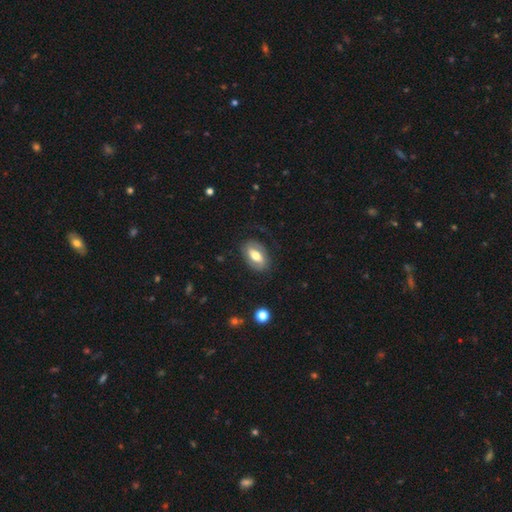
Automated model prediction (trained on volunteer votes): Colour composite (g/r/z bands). It shows a smooth galaxy with no disk features (49%). Merging: none (78%).